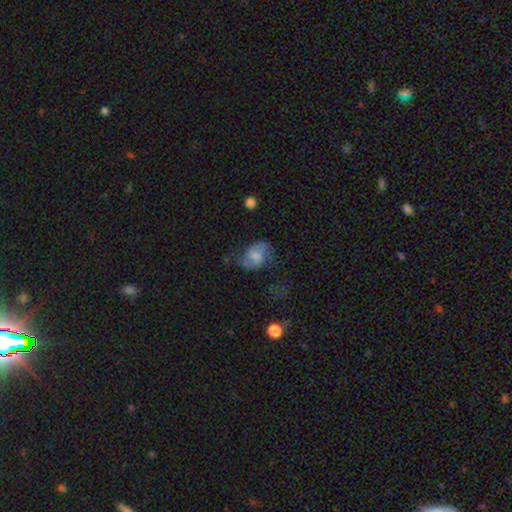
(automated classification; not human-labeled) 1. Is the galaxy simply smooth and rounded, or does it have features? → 58% featured or disk, 34% smooth, 8% star or artifact.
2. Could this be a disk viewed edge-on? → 97% no, 3% yes.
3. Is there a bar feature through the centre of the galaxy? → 47% weak, 43% no, 10% strong.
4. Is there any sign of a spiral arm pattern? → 88% yes, 12% no.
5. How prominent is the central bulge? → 35% moderate, 29% small, 24% none, 11% large, 2% dominant.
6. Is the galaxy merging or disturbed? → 59% none, 24% minor disturbance, 15% major disturbance, 3% merger.